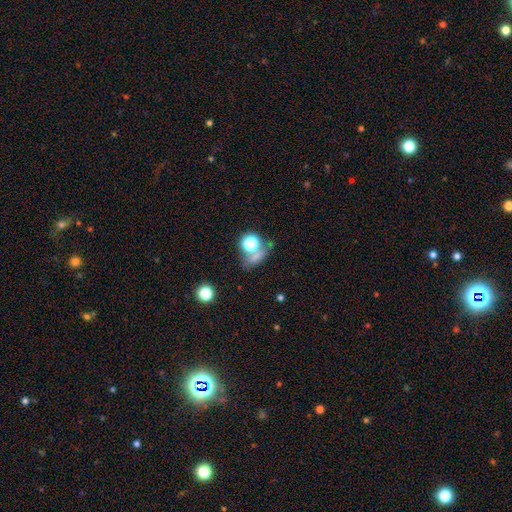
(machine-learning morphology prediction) Smooth or featured? Predicted: smooth (p=0.59). How rounded? Predicted: round (p=0.53). Merging? Predicted: none (p=0.49).